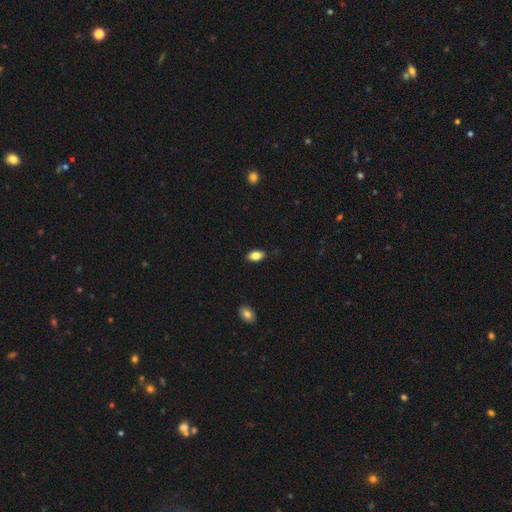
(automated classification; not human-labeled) Smooth or featured?
  - smooth: 84% *
  - star or artifact: 8%
  - featured or disk: 8%
How rounded?
  - in between: 92% *
  - round: 5%
  - cigar-shaped: 4%
Merging?
  - none: 87% *
  - minor disturbance: 10%
  - major disturbance: 2%
  - merger: 1%